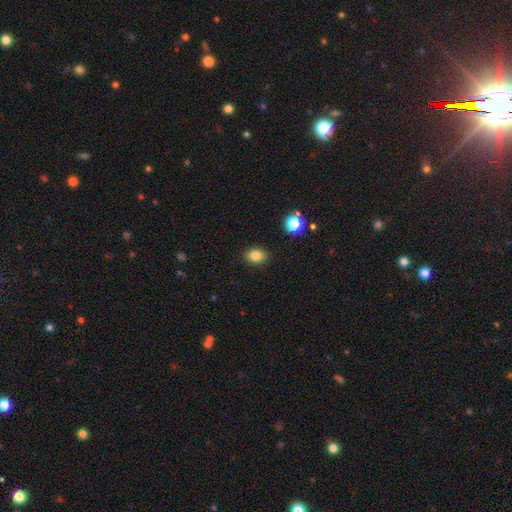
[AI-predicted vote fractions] smooth-or-featured: smooth: 83% | star or artifact: 11% | featured or disk: 6%
  how-rounded: in between: 61% | round: 38% | cigar-shaped: 1%
  merging: none: 88% | minor disturbance: 8% | major disturbance: 2% | merger: 2%